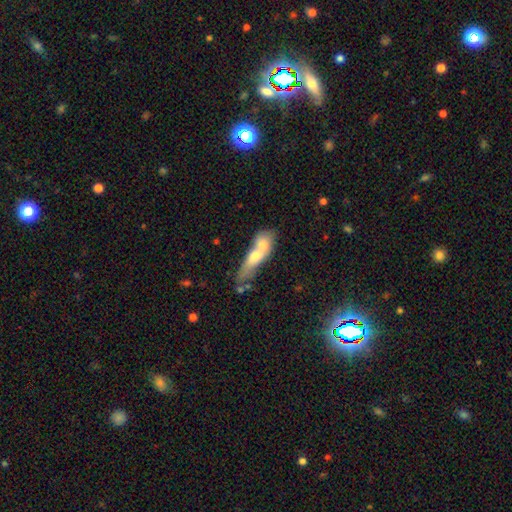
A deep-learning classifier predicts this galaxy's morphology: This appears to be a smooth galaxy with no disk features (59%) that is cigar-shaped (51%). Merging: merger (63%).